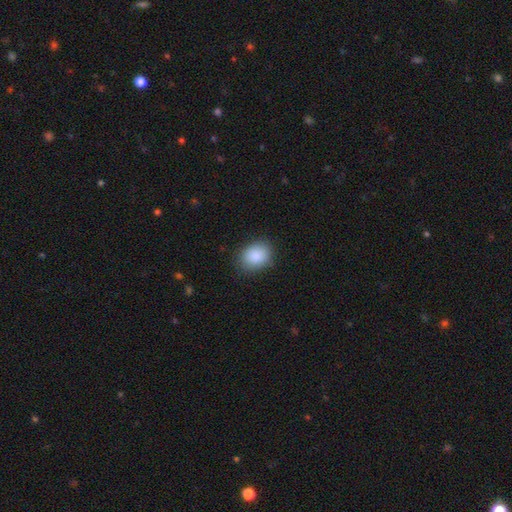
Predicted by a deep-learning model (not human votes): Q: Smooth or featured?
A: smooth (89%); runner-up: star or artifact (8%)
Q: How rounded?
A: in between (61%); runner-up: round (39%)
Q: Merging?
A: none (83%); runner-up: minor disturbance (13%)